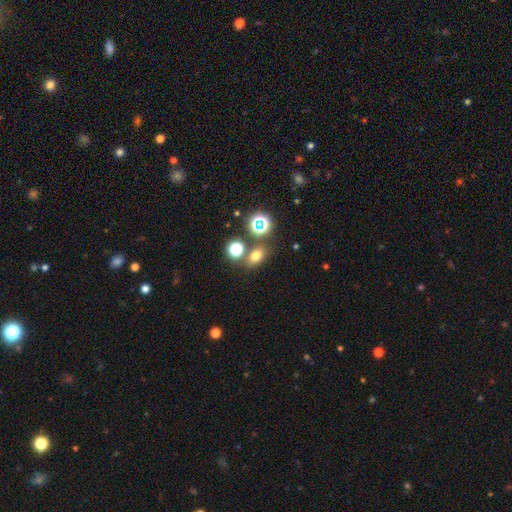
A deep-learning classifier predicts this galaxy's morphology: type=smooth (68%); roundness=in between (59%); merging=none (70%).